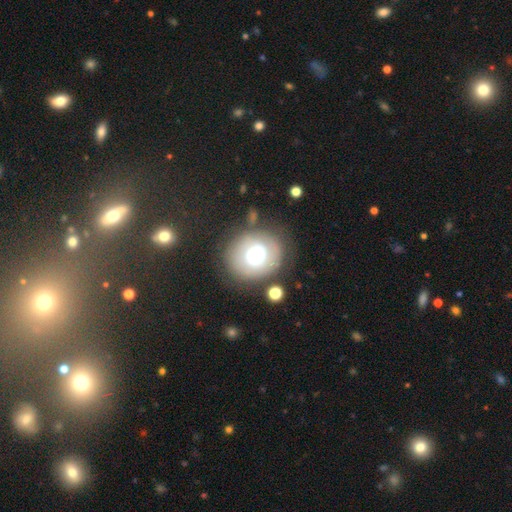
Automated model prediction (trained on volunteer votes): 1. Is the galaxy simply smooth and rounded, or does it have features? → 63% smooth, 25% featured or disk, 13% star or artifact.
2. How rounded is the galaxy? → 79% round, 20% in between, 1% cigar-shaped.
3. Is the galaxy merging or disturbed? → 68% none, 16% minor disturbance, 10% major disturbance, 6% merger.